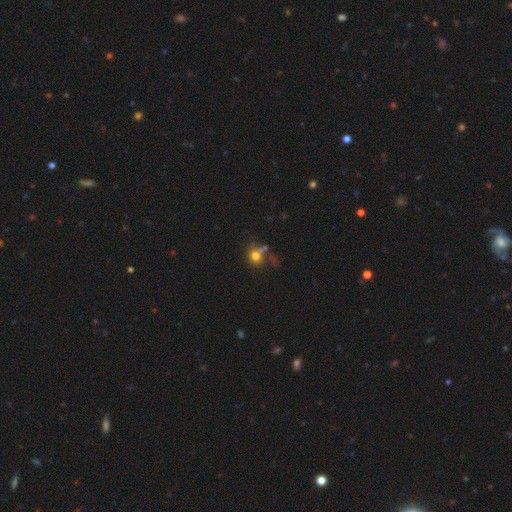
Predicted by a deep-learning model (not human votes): Smooth or featured? smooth (66%)
How rounded? round (75%)
Merging? none (36%)